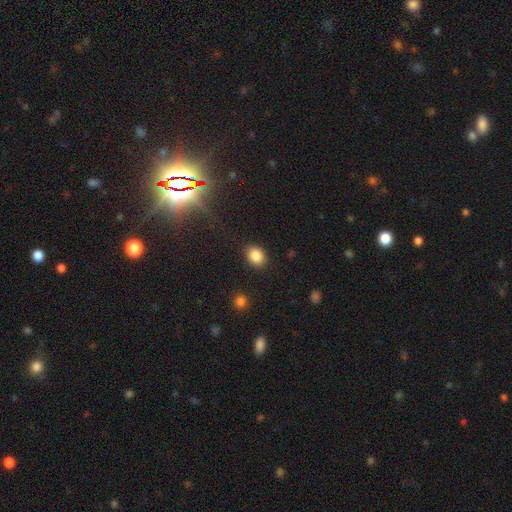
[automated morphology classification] Smooth or featured? Predicted: smooth (p=0.85). How rounded? Predicted: in between (p=0.55). Merging? Predicted: none (p=0.87).